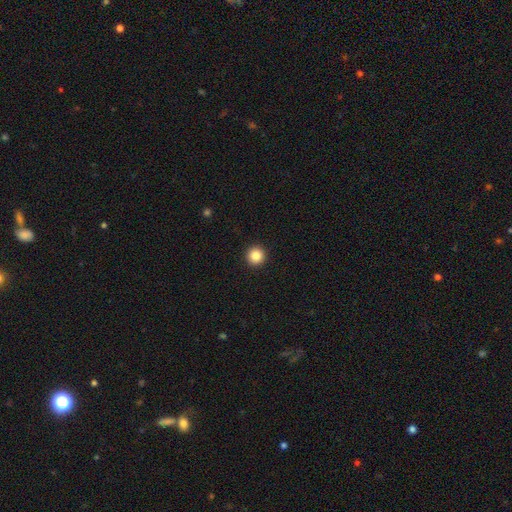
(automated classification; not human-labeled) smooth_or_featured: smooth (p=0.85) [alt: star or artifact p=0.10]
how_rounded: round (p=0.96) [alt: in between p=0.03]
merging: none (p=0.94) [alt: minor disturbance p=0.04]